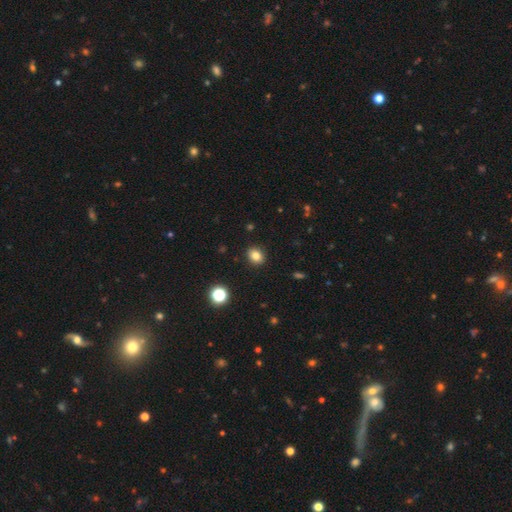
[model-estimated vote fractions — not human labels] This is clearly a smooth galaxy (82%). How rounded: possibly round (52%). Merging: clearly none (90%).